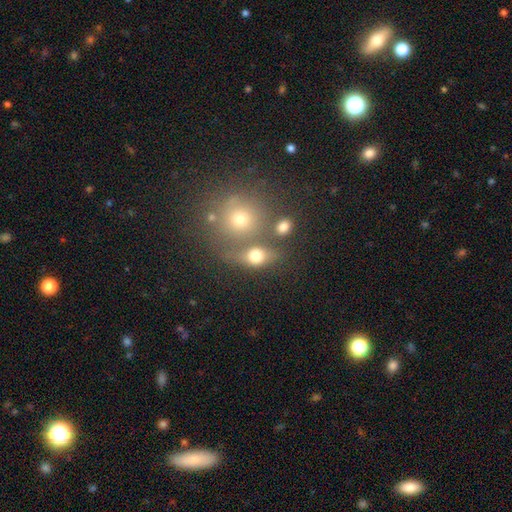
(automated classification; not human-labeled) Smooth or featured? Predicted: smooth (p=0.71). How rounded? Predicted: round (p=0.51). Merging? Predicted: none (p=0.48).